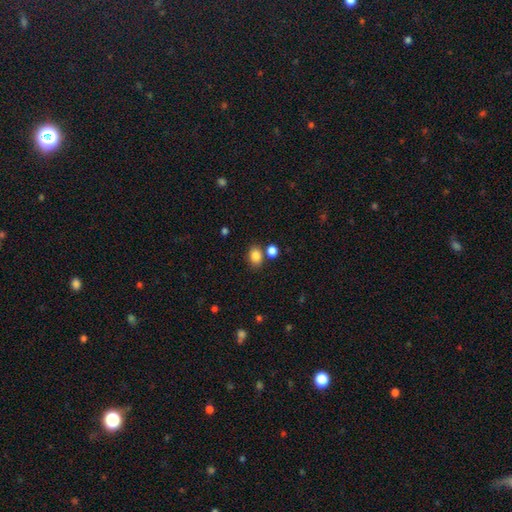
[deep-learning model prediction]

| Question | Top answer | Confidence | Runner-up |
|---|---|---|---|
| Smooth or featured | smooth | 84% | star or artifact (11%) |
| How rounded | in between | 64% | round (35%) |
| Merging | none | 69% | merger (16%) |